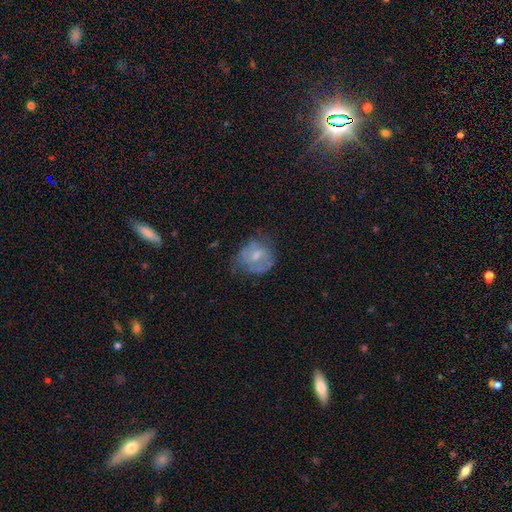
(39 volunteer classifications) smooth-or-featured: smooth: 46% (tied) | featured or disk: 46% (tied) | star or artifact: 8%
  how-rounded: round: 61% | in between: 39% | cigar-shaped: 0%
  merging: none: 44% | minor disturbance: 33% | major disturbance: 22% | merger: 0%